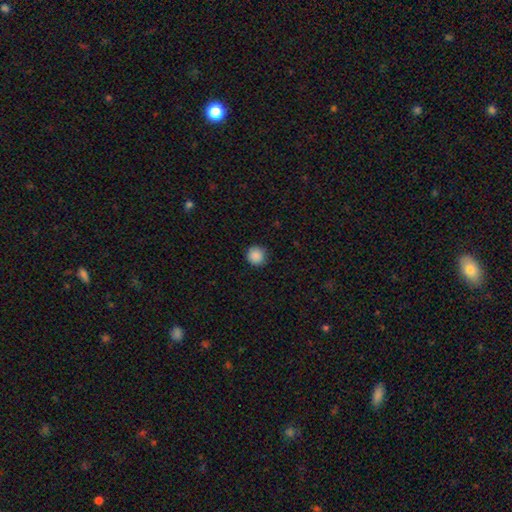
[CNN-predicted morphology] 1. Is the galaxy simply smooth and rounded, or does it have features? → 89% smooth, 9% star or artifact, 2% featured or disk.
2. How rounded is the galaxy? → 95% round, 4% in between, 1% cigar-shaped.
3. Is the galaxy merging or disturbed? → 91% none, 6% minor disturbance, 2% major disturbance, 1% merger.